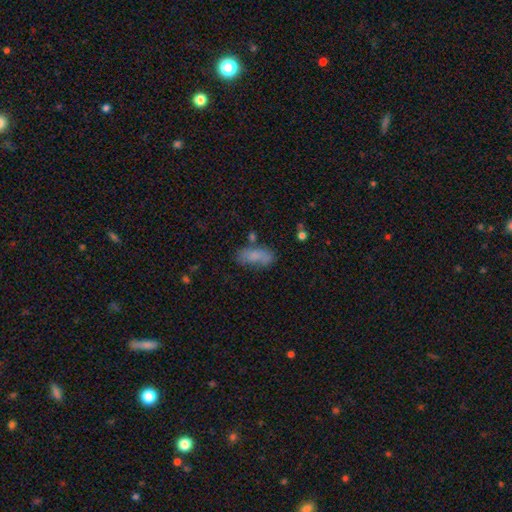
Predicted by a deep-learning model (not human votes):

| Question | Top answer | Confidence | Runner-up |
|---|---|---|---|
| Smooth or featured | smooth | 75% | featured or disk (16%) |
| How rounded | in between | 81% | cigar-shaped (16%) |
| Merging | none | 55% | minor disturbance (25%) |